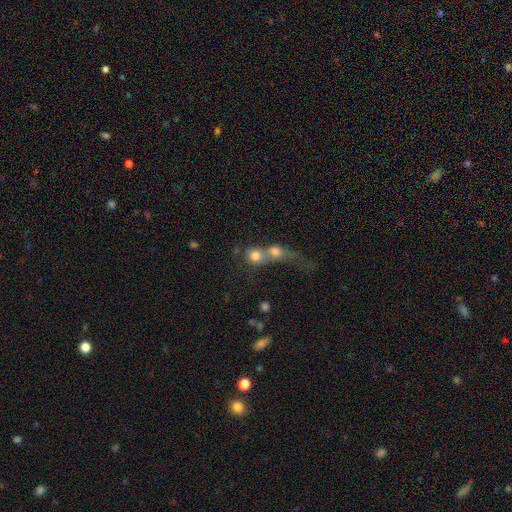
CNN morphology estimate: This is likely a smooth galaxy (75%). How rounded: likely round (77%). Merging: likely merger (69%).